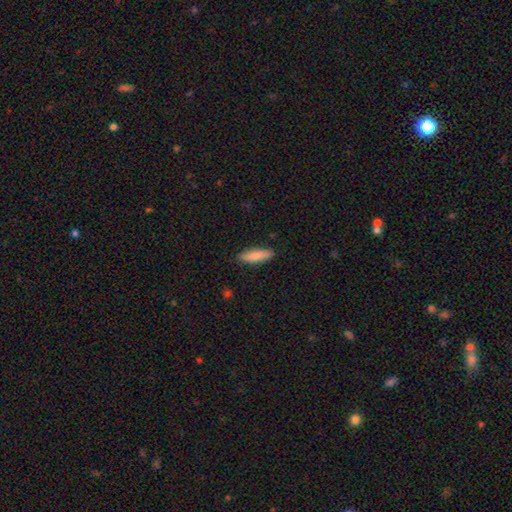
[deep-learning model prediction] A smooth galaxy with no disk features (84%) that is cigar-shaped (56%).

Vote fractions:
- Smooth or featured? smooth: 84% / featured or disk: 10% / star or artifact: 6%
- How rounded? cigar-shaped: 56% / in between: 42% / round: 2%
- Merging? none: 87% / minor disturbance: 10% / major disturbance: 2% / merger: 1%